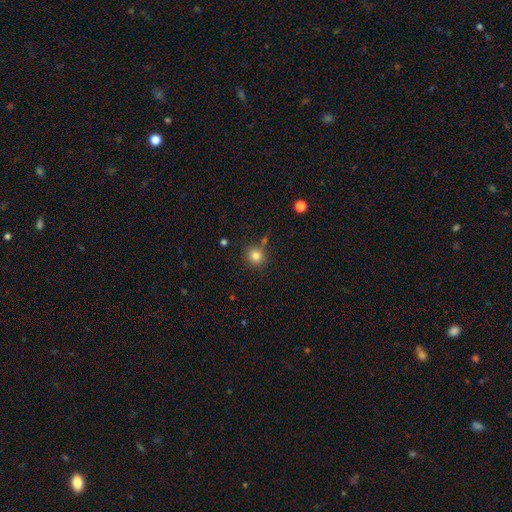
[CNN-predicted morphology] Smooth or featured? smooth (82%)
How rounded? round (90%)
Merging? none (79%)